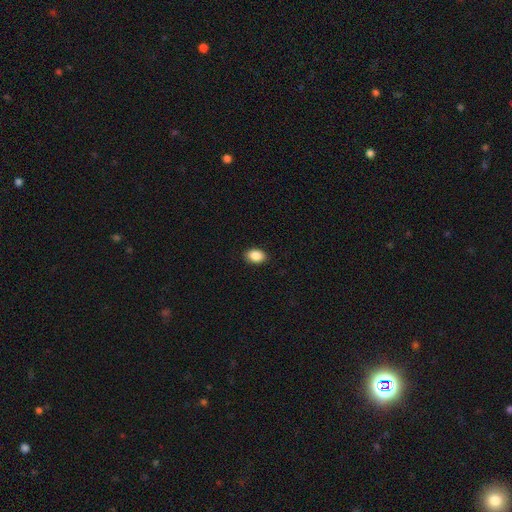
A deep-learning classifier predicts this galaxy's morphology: smooth 89%, star or artifact 8%, featured or disk 4%. Down the decision tree: how rounded — in between (83%); merging — none (90%).